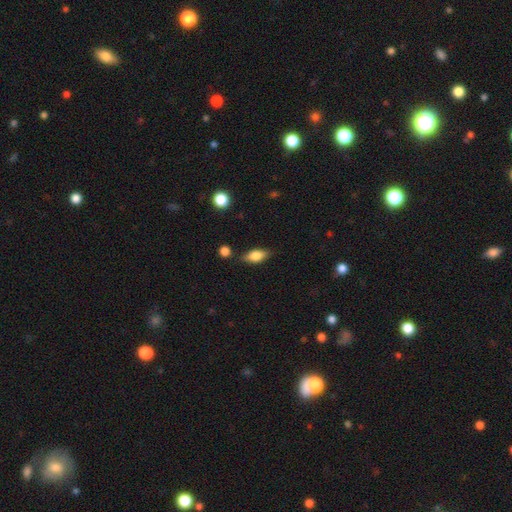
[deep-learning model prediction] Smooth or featured?
  - smooth: 76% *
  - featured or disk: 17%
  - star or artifact: 7%
How rounded?
  - in between: 83% *
  - cigar-shaped: 13%
  - round: 5%
Merging?
  - none: 77% *
  - minor disturbance: 16%
  - merger: 4%
  - major disturbance: 3%